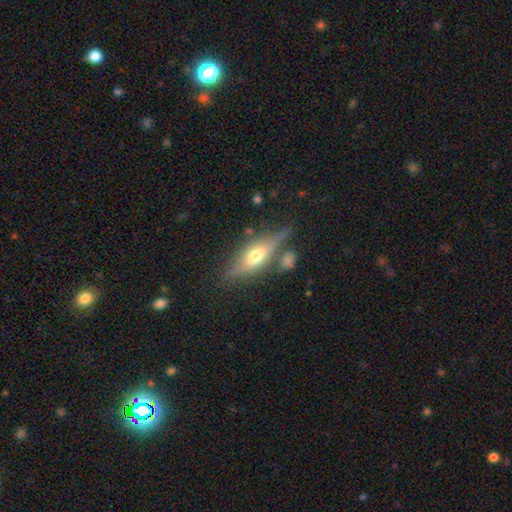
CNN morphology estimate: A featured or disk galaxy (55%) viewed edge-on (86%).

Vote fractions:
- Smooth or featured? featured or disk: 55% / smooth: 37% / star or artifact: 8%
- Edge-on disk? yes: 86% / no: 14%
- Merging? none: 71% / minor disturbance: 17% / merger: 7% / major disturbance: 6%